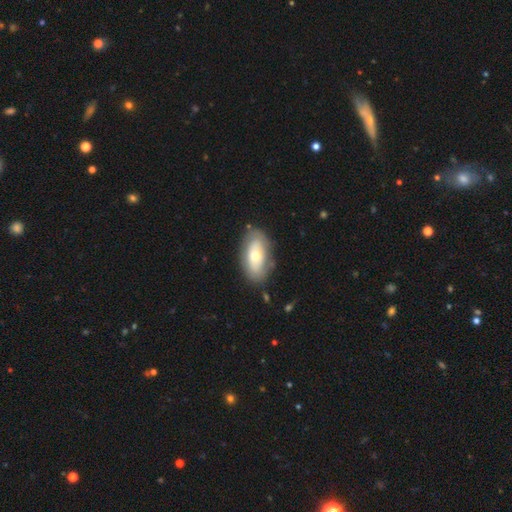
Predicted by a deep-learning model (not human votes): This is possibly a smooth galaxy (57%). How rounded: clearly in between (91%). Merging: likely none (79%).